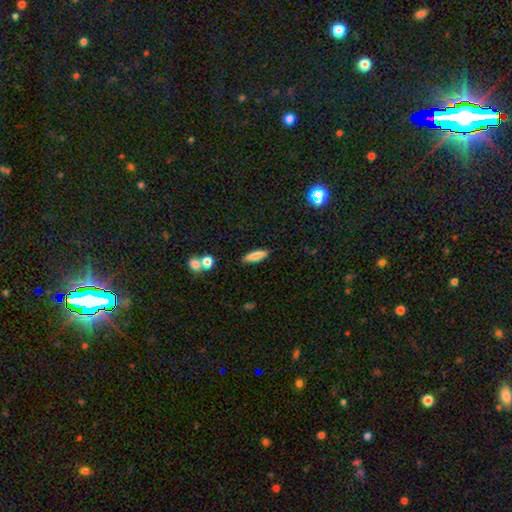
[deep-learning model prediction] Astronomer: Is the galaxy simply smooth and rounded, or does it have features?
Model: smooth — 82%.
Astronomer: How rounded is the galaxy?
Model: cigar-shaped — 52% (runner-up: in between, 46%).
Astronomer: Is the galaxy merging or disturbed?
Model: none — 87%.